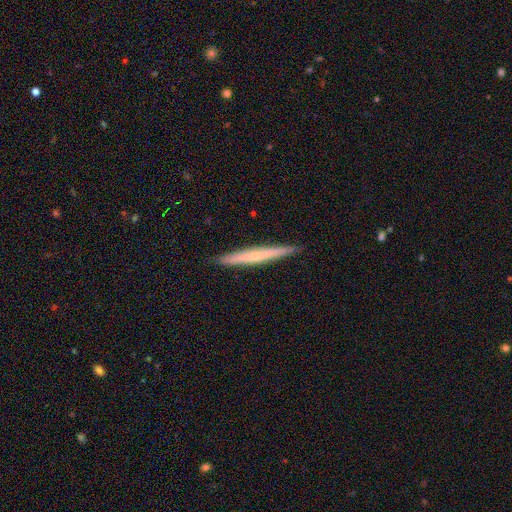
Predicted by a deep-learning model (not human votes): Q: Smooth or featured?
A: featured or disk (47%); tied with: smooth (47%)
Q: Merging?
A: none (92%); runner-up: minor disturbance (6%)